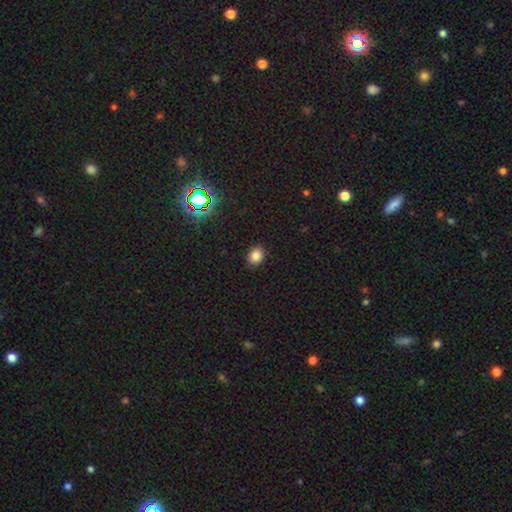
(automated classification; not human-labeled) Smooth or featured? Predicted: smooth (p=0.83). How rounded? Predicted: in between (p=0.53). Merging? Predicted: none (p=0.90).